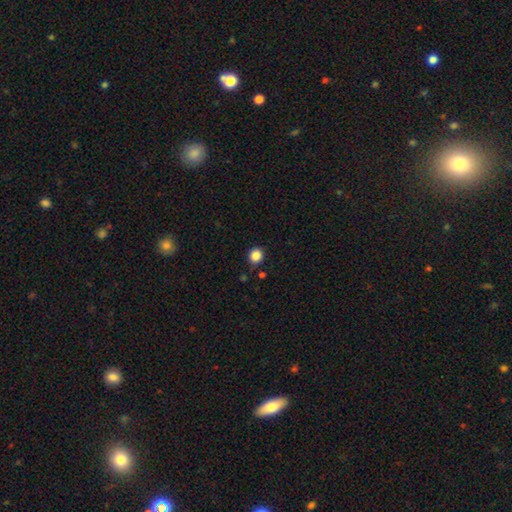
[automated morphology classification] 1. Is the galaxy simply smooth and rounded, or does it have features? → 86% smooth, 11% star or artifact, 3% featured or disk.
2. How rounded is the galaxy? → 85% round, 14% in between, 1% cigar-shaped.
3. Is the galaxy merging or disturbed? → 89% none, 7% minor disturbance, 2% merger, 2% major disturbance.